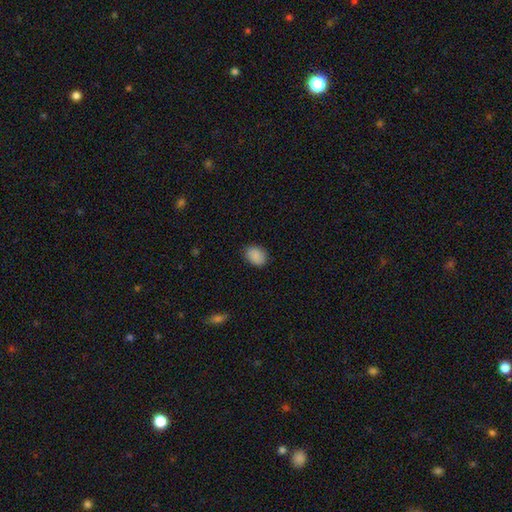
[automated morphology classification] This appears to be a smooth galaxy with no disk features (88%) that is in between round and cigar-shaped (70%). Merging: none (86%).